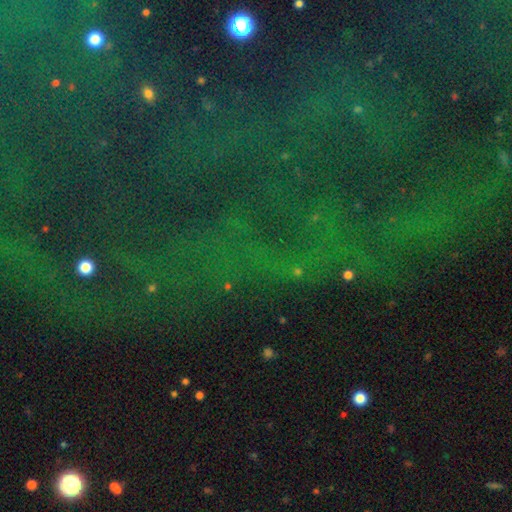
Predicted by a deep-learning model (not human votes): Smooth or featured: star or artifact — 81% (featured or disk — 10%)